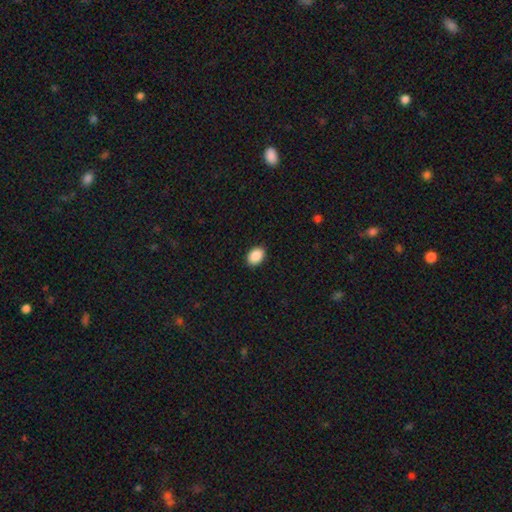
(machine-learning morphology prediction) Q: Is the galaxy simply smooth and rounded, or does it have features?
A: smooth — 90%.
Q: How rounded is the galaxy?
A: in between — 80%.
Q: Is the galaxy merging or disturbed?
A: none — 90%.